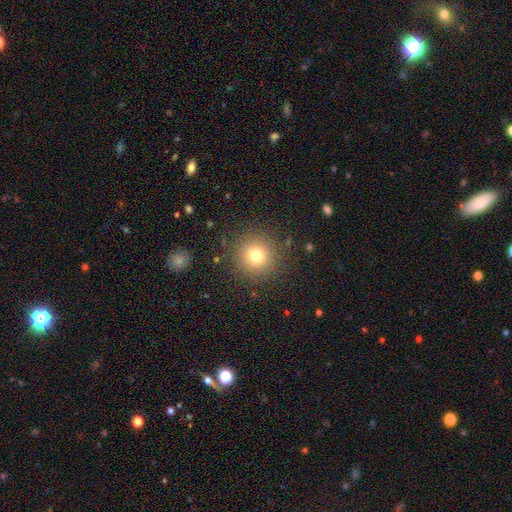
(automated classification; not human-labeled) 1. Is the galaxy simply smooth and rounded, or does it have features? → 74% smooth, 16% star or artifact, 10% featured or disk.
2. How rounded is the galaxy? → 95% round, 4% in between, 1% cigar-shaped.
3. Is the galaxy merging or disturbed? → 88% none, 7% minor disturbance, 4% major disturbance, 1% merger.